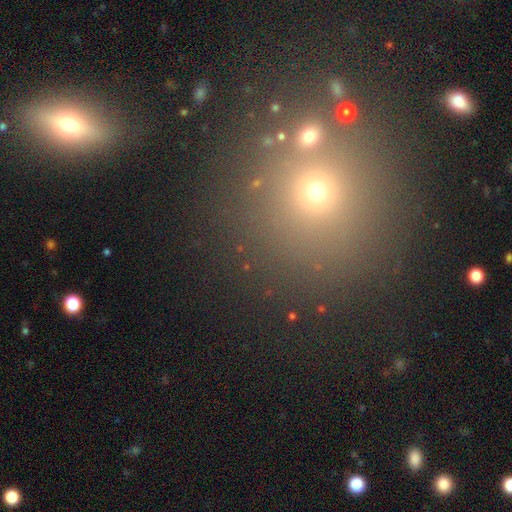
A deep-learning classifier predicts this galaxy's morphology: Smooth or featured: smooth — 57% (star or artifact — 32%)
How rounded: round — 87% (in between — 11%)
Merging: none — 80% (merger — 9%)